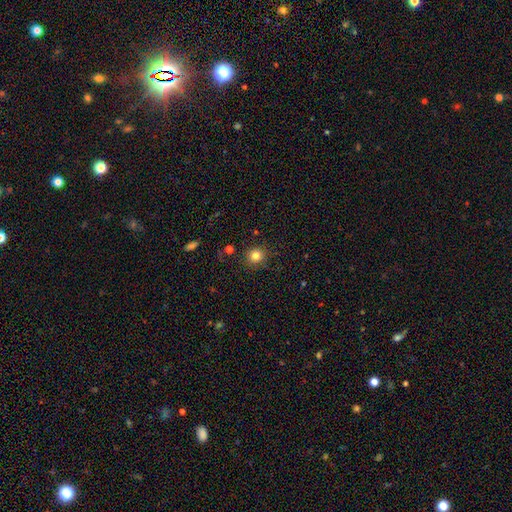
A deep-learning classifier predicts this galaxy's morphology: Q: Smooth or featured?
A: smooth (82%); runner-up: star or artifact (12%)
Q: How rounded?
A: round (89%); runner-up: in between (10%)
Q: Merging?
A: none (88%); runner-up: minor disturbance (8%)